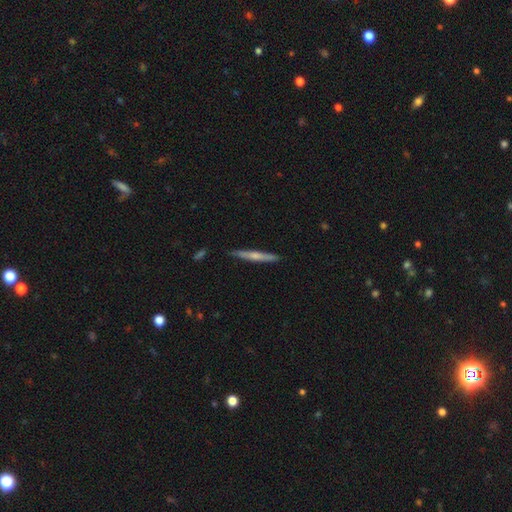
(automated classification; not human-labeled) Smooth or featured?
  - featured or disk: 48% *
  - smooth: 47%
  - star or artifact: 6%
Merging?
  - none: 89% *
  - minor disturbance: 9%
  - major disturbance: 1%
  - merger: 1%